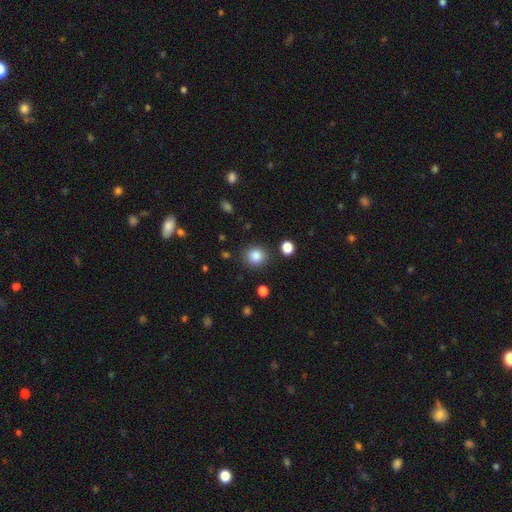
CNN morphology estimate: Smooth or featured? Predicted: smooth (p=0.85). How rounded? Predicted: round (p=0.86). Merging? Predicted: none (p=0.86).